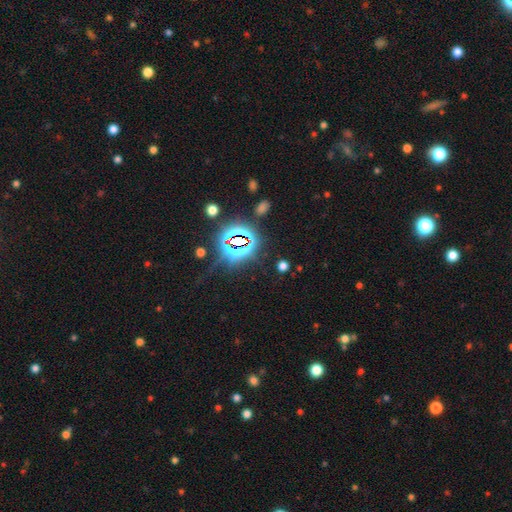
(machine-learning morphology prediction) Smooth or featured? Predicted: star or artifact (p=0.82).